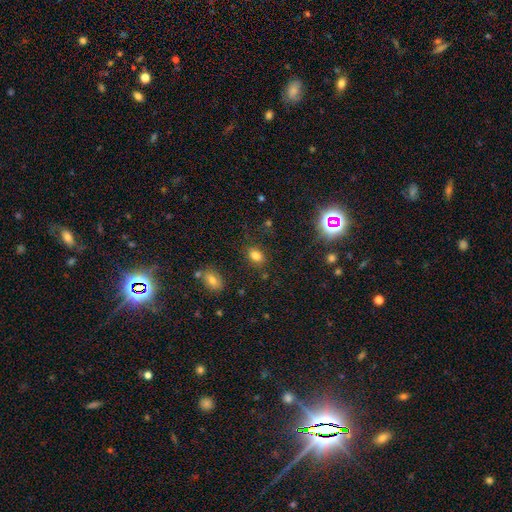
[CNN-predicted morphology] A smooth galaxy with no disk features (79%) that is in between round and cigar-shaped (76%).

Vote fractions:
- Smooth or featured? smooth: 79% / star or artifact: 14% / featured or disk: 7%
- How rounded? in between: 76% / round: 22% / cigar-shaped: 2%
- Merging? none: 80% / minor disturbance: 13% / major disturbance: 4% / merger: 3%